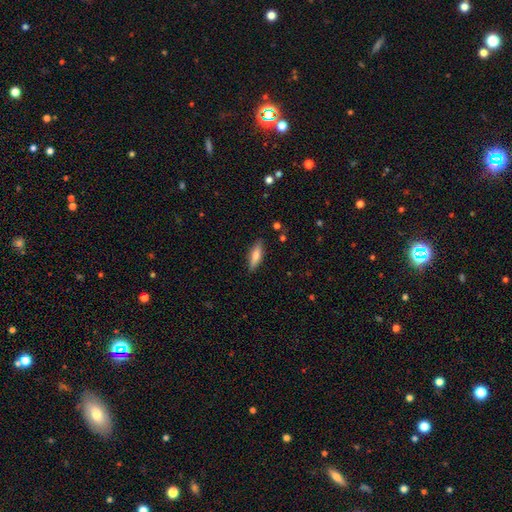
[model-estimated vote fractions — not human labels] smooth-or-featured: smooth: 72% | featured or disk: 21% | star or artifact: 6%
  how-rounded: cigar-shaped: 60% | in between: 39% | round: 2%
  merging: none: 85% | minor disturbance: 11% | major disturbance: 2% | merger: 1%